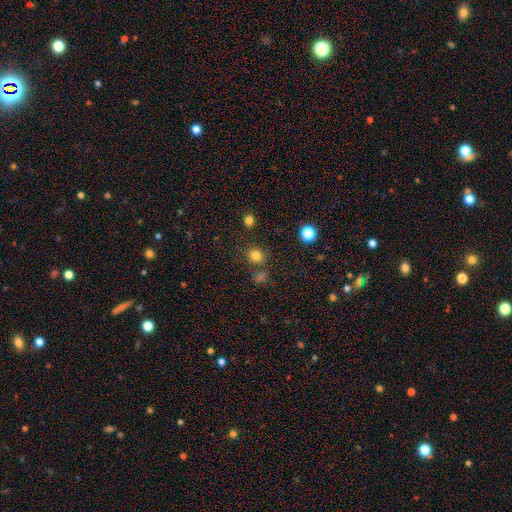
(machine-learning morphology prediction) This is likely a smooth galaxy (79%). How rounded: clearly round (84%). Merging: likely none (78%).